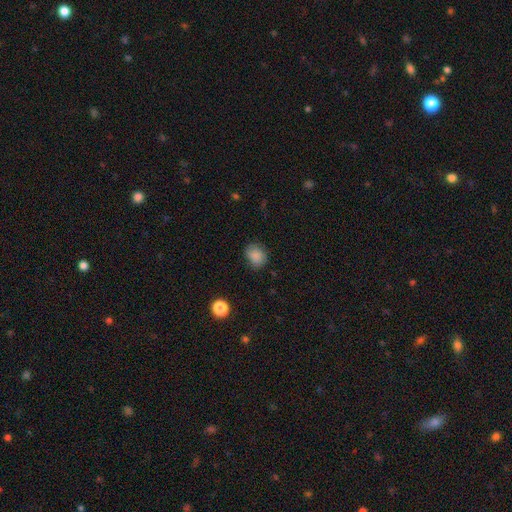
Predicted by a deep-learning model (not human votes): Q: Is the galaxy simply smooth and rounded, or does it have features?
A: smooth — 85%.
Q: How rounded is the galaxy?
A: in between — 51%.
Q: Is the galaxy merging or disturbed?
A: none — 75%.